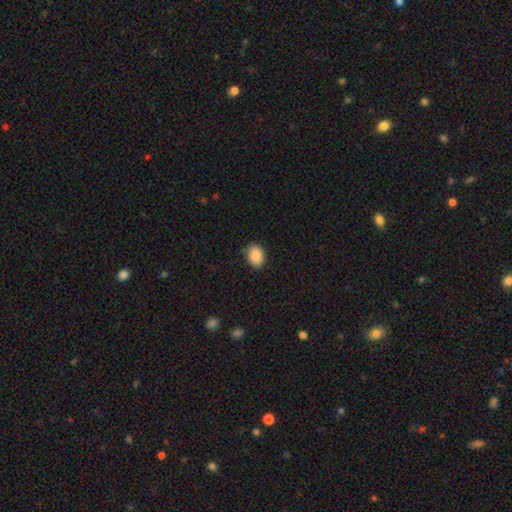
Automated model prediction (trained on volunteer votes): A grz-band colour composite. It shows a smooth galaxy with no disk features (89%) that is in between round and cigar-shaped (69%). Merging: none (86%).